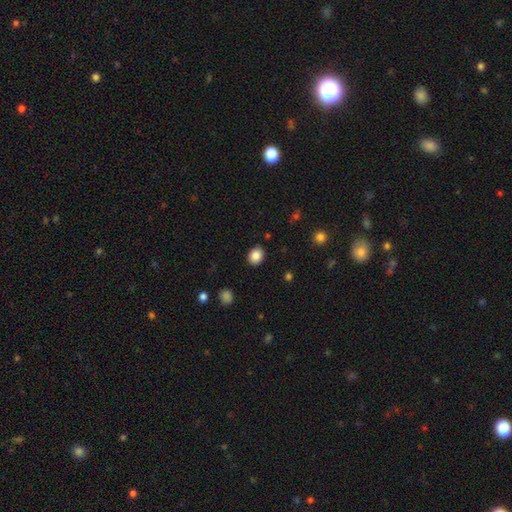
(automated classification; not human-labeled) Smooth or featured? Predicted: smooth (p=0.86). How rounded? Predicted: round (p=0.62). Merging? Predicted: none (p=0.89).